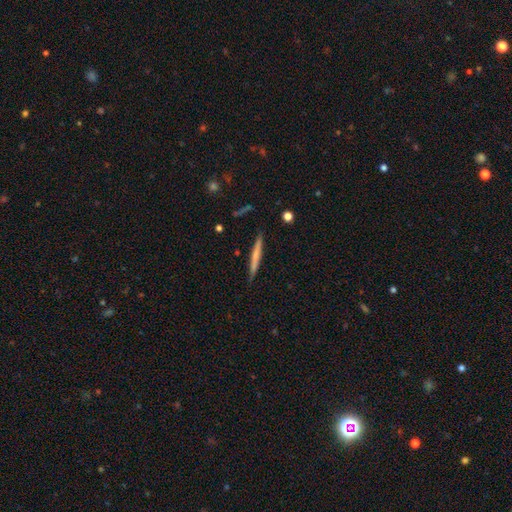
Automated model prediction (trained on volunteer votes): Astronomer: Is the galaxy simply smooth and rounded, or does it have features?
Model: smooth — 54% (runner-up: featured or disk, 41%).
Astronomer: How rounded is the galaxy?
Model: cigar-shaped — 96%.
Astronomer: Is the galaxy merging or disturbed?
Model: none — 88%.